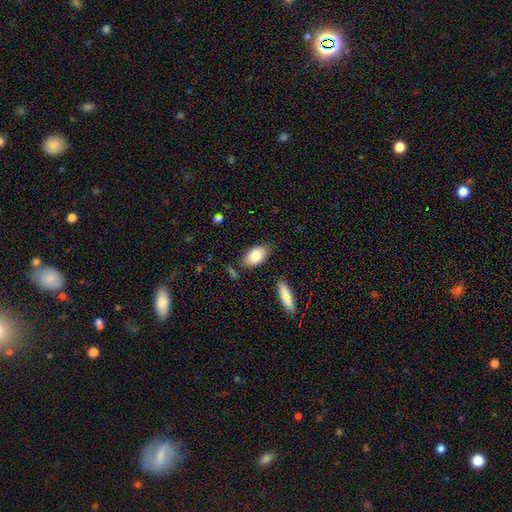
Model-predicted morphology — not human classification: A smooth galaxy with no disk features (84%) that is in between round and cigar-shaped (93%). Merging: none (78%).